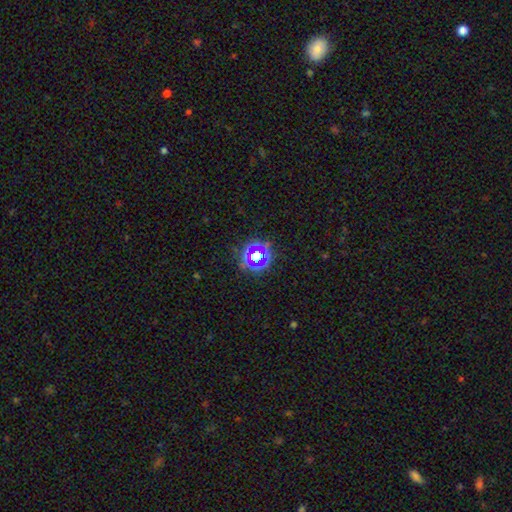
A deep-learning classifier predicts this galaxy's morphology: smooth_or_featured: star or artifact (p=0.62) [alt: smooth p=0.25]